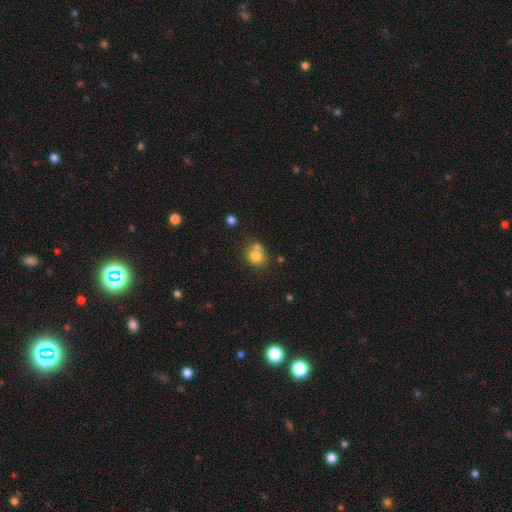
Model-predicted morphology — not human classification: Smooth or featured? Predicted: smooth (p=0.79). How rounded? Predicted: round (p=0.73). Merging? Predicted: none (p=0.51).